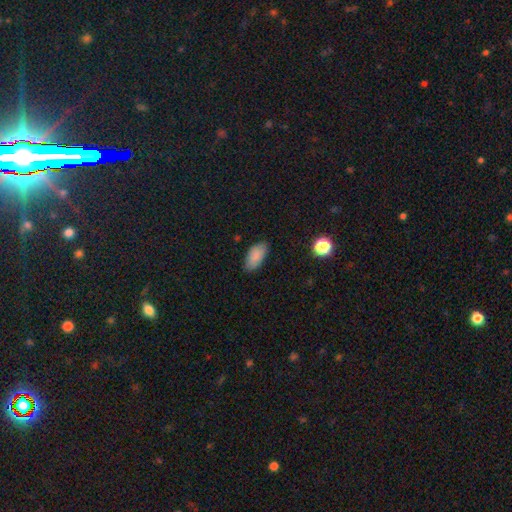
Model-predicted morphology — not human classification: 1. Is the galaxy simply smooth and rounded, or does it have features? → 86% smooth, 8% star or artifact, 6% featured or disk.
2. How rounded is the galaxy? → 92% in between, 5% cigar-shaped, 2% round.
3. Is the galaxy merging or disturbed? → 82% none, 14% minor disturbance, 3% major disturbance, 1% merger.